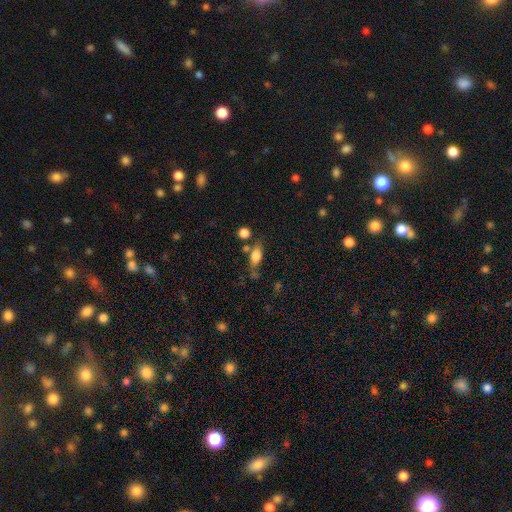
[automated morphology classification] smooth_or_featured: smooth (p=0.71) [alt: featured or disk p=0.20]
how_rounded: in between (p=0.73) [alt: cigar-shaped p=0.18]
merging: none (p=0.56) [alt: minor disturbance p=0.21]